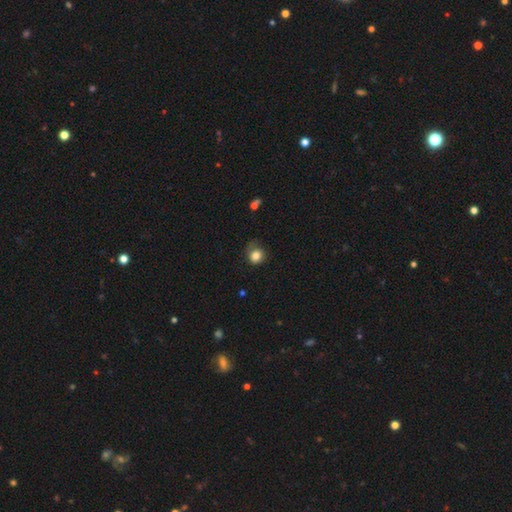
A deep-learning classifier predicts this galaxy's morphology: This is clearly a smooth galaxy (80%). How rounded: likely round (76%). Merging: possibly none (50%).